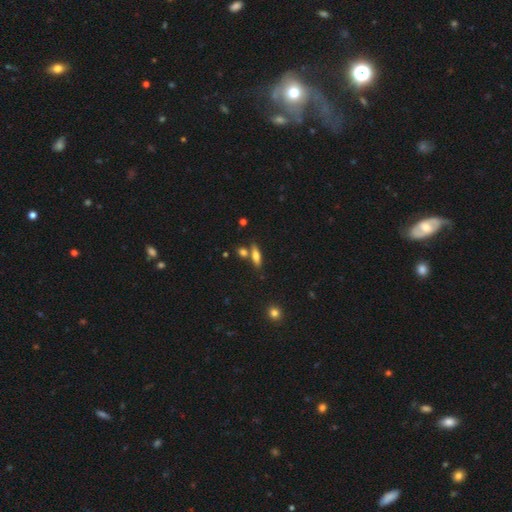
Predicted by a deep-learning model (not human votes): smooth 68%, featured or disk 23%, star or artifact 9%. Down the decision tree: how rounded — cigar-shaped (48%, tied with in between); merging — none (67%).